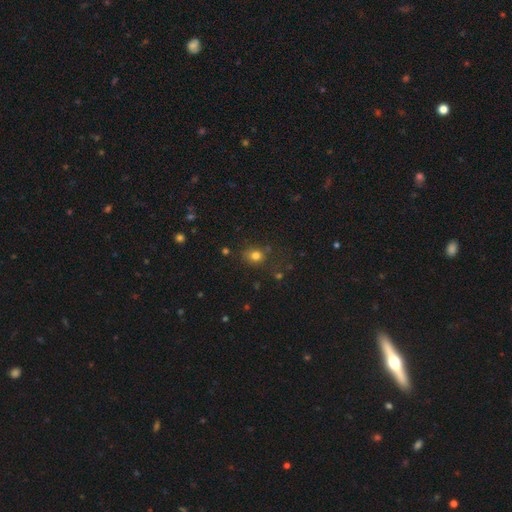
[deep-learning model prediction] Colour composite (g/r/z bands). It shows a smooth galaxy with no disk features (77%) that is round (69%). Merging: none (73%).